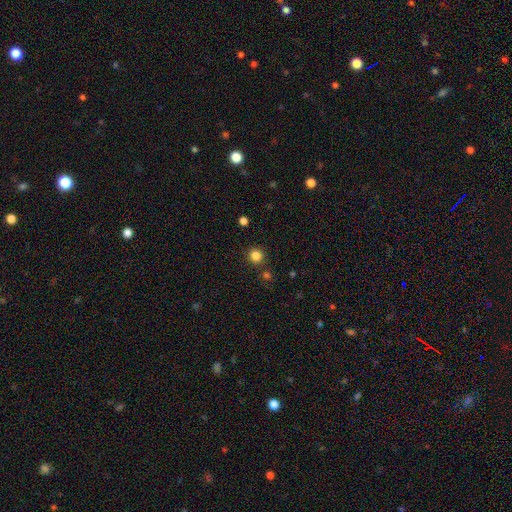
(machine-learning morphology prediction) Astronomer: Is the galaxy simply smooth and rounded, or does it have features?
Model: smooth — 83%.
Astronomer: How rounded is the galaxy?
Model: round — 91%.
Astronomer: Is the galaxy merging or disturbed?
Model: none — 86%.